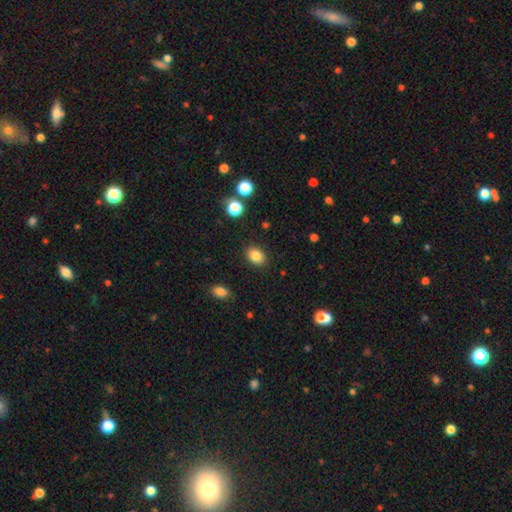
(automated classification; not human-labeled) This is clearly a smooth galaxy (84%). How rounded: likely in between (64%). Merging: clearly none (88%).